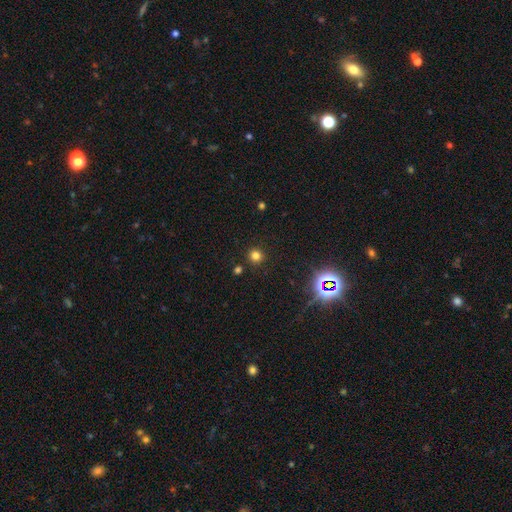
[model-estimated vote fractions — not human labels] smooth-or-featured: smooth: 77% | star or artifact: 18% | featured or disk: 5%
  how-rounded: round: 94% | in between: 5% | cigar-shaped: 1%
  merging: none: 90% | minor disturbance: 6% | merger: 3% | major disturbance: 2%